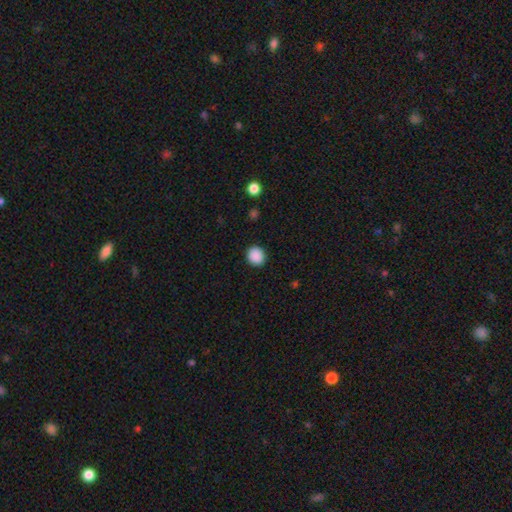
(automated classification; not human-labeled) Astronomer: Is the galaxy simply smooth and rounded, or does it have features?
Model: smooth — 89%.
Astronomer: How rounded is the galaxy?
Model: round — 80%.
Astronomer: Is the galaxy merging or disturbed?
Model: none — 91%.